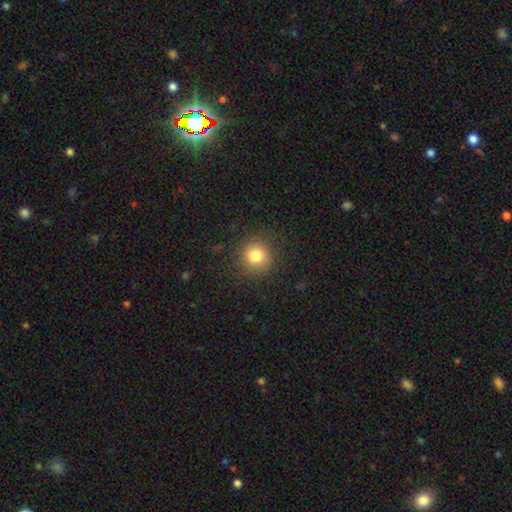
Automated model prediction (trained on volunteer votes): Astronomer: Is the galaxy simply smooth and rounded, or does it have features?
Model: smooth — 81%.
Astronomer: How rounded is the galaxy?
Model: round — 91%.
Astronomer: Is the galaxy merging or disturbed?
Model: none — 87%.